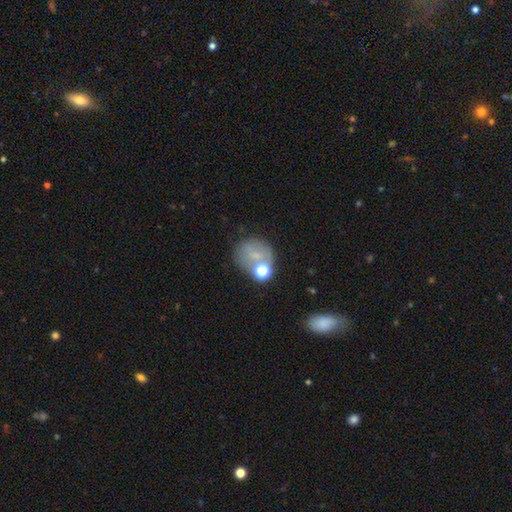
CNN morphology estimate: A smooth galaxy with no disk features (58%) that is round (68%). Merging: none (53%).